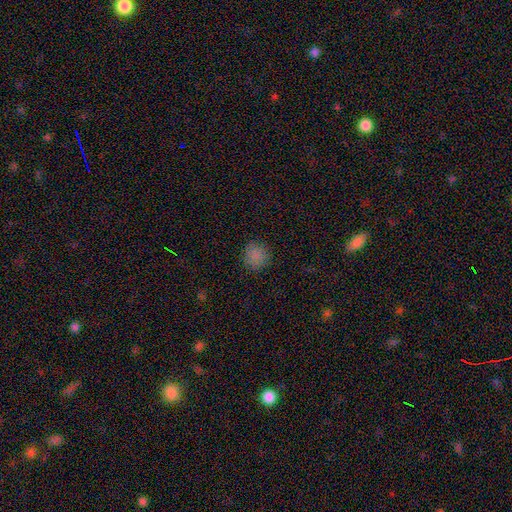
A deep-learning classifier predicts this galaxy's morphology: Smooth or featured: smooth — 81% (star or artifact — 15%)
How rounded: round — 89% (in between — 10%)
Merging: none — 87% (minor disturbance — 9%)